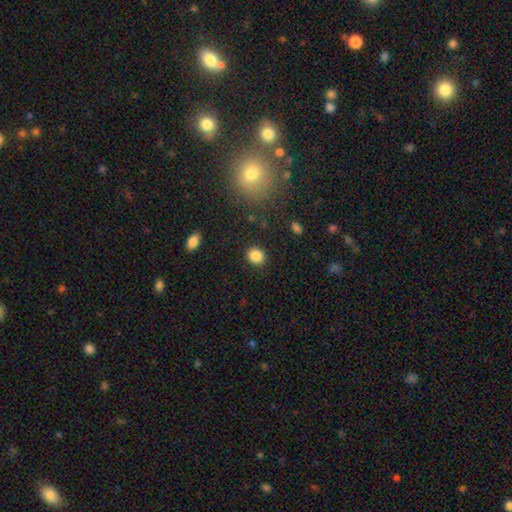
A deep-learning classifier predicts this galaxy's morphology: Overall: smooth (86%). How rounded: round (69%; in between 30%). Merging: none (88%).